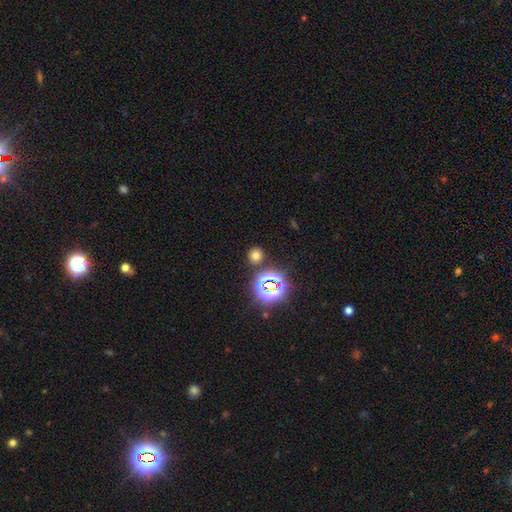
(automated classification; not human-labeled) Smooth or featured? Predicted: smooth (p=0.64). How rounded? Predicted: round (p=0.85). Merging? Predicted: none (p=0.85).